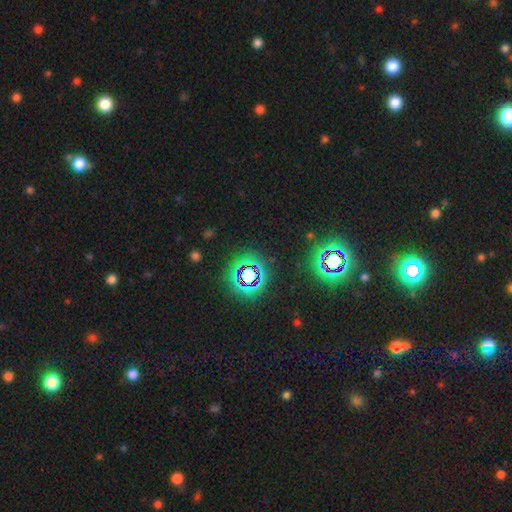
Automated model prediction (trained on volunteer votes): This appears to be a star or artifact, not a galaxy (65%).